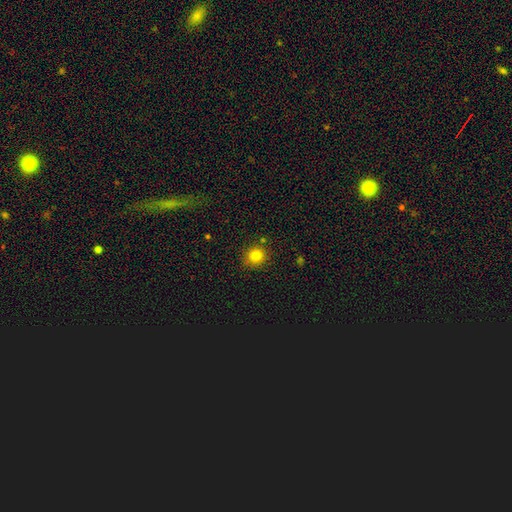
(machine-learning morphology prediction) smooth 81%, star or artifact 13%, featured or disk 6%. Down the decision tree: how rounded — round (89%); merging — none (85%).